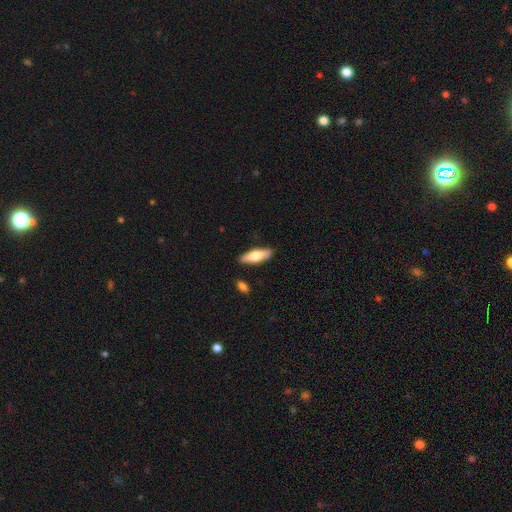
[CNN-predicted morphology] Overall: smooth (67%; featured or disk 28%). How rounded: in between (52%; cigar-shaped 45%). Merging: none (85%).